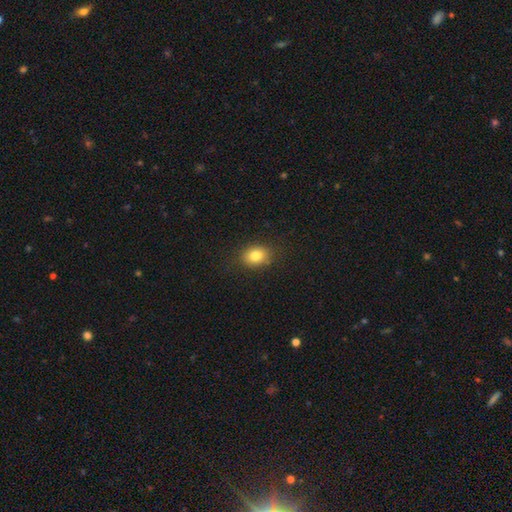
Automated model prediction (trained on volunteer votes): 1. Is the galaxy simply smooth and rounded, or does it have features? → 81% smooth, 11% star or artifact, 8% featured or disk.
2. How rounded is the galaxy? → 56% in between, 43% round, 1% cigar-shaped.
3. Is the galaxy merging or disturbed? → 86% none, 10% minor disturbance, 3% major disturbance, 1% merger.